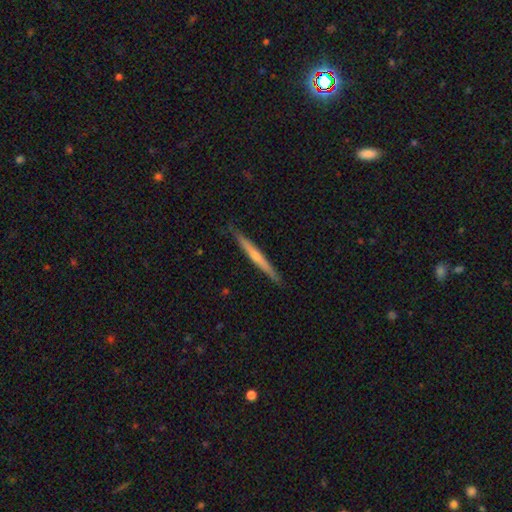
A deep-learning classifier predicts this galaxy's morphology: type=featured or disk (56%); edge-on=yes (97%); edge-on bulge=none (48%); merging=none (90%).